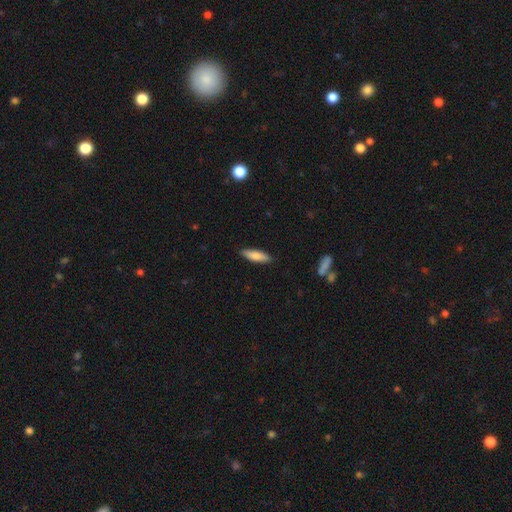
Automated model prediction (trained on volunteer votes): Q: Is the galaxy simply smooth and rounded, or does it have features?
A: smooth — 82%.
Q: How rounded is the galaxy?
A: cigar-shaped — 56%.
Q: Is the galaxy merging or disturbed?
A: none — 88%.